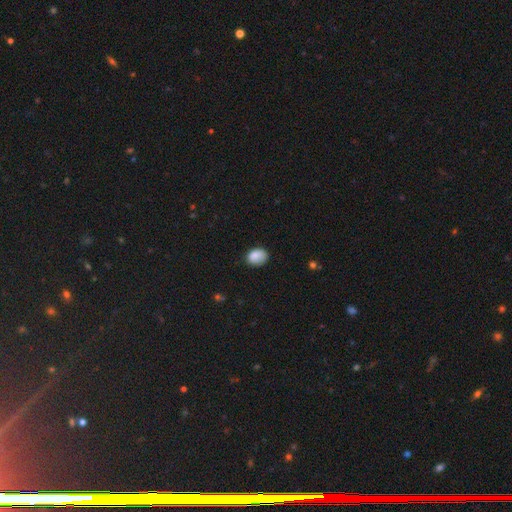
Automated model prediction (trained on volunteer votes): This appears to be a smooth galaxy with no disk features (85%) that is in between round and cigar-shaped (62%). Merging: none (70%).